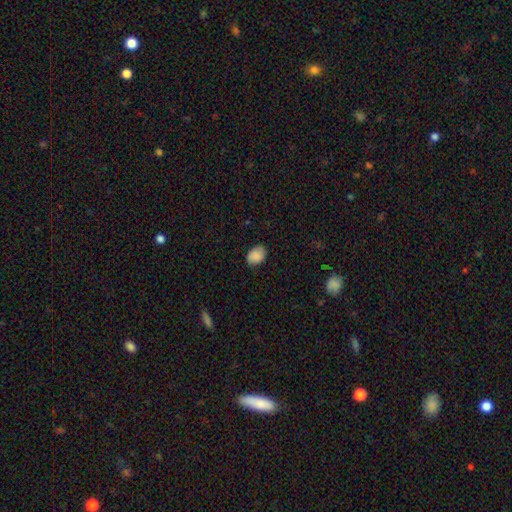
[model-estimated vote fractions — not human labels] Q: Smooth or featured?
A: smooth (88%); runner-up: star or artifact (8%)
Q: How rounded?
A: in between (73%); runner-up: round (26%)
Q: Merging?
A: none (81%); runner-up: minor disturbance (15%)